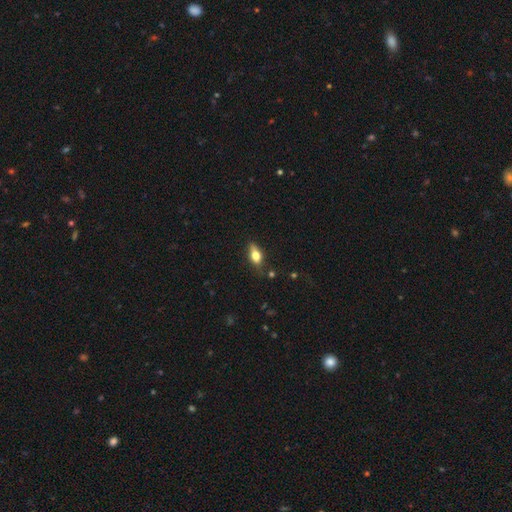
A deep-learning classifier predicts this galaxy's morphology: smooth-or-featured: smooth: 65% | featured or disk: 26% | star or artifact: 9%
  how-rounded: in between: 77% | cigar-shaped: 15% | round: 8%
  merging: none: 70% | minor disturbance: 22% | major disturbance: 5% | merger: 3%